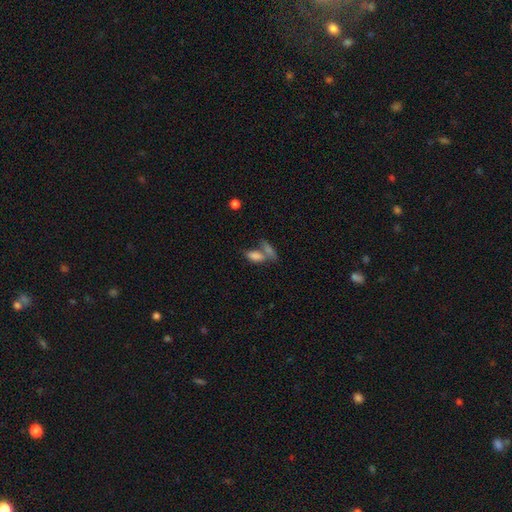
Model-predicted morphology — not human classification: Q: Smooth or featured?
A: smooth (79%); runner-up: featured or disk (12%)
Q: How rounded?
A: in between (79%); runner-up: cigar-shaped (17%)
Q: Merging?
A: merger (51%); runner-up: none (34%)